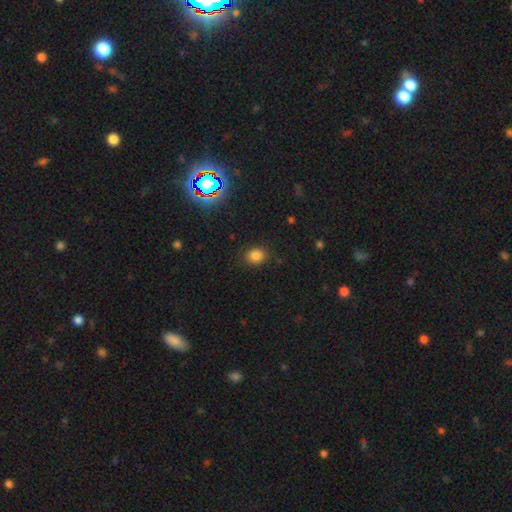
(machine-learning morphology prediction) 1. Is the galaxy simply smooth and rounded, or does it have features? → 82% smooth, 13% star or artifact, 5% featured or disk.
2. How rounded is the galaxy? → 61% round, 38% in between, 1% cigar-shaped.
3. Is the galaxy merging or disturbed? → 86% none, 9% minor disturbance, 3% major disturbance, 1% merger.